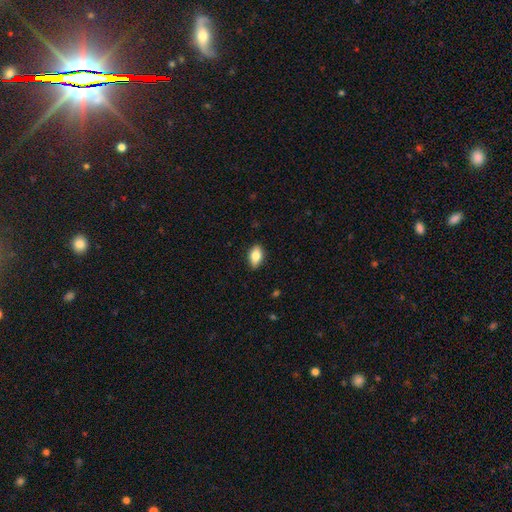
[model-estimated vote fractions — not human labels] This is clearly a smooth galaxy (80%). How rounded: clearly in between (89%). Merging: clearly none (86%).